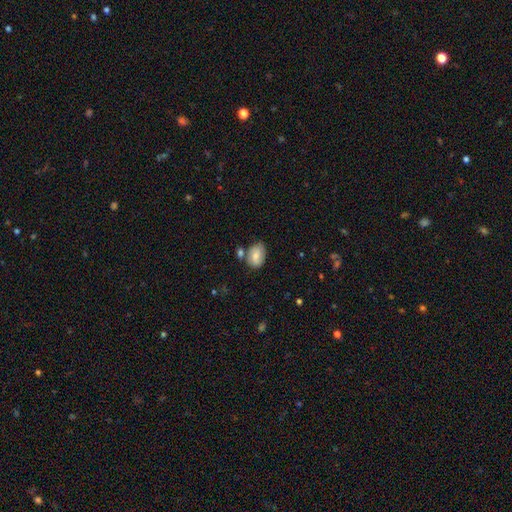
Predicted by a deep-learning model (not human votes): A smooth galaxy with no disk features (63%) that is in between round and cigar-shaped (78%).

Vote fractions:
- Smooth or featured? smooth: 63% / featured or disk: 29% / star or artifact: 8%
- How rounded? in between: 78% / round: 20% / cigar-shaped: 1%
- Merging? none: 59% / minor disturbance: 21% / merger: 15% / major disturbance: 5%